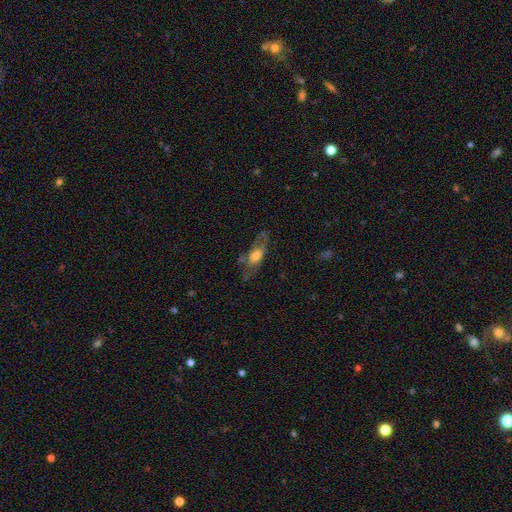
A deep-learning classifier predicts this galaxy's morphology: Smooth or featured? featured or disk (50%)
Edge-on disk? no (74%)
Merging? none (50%)